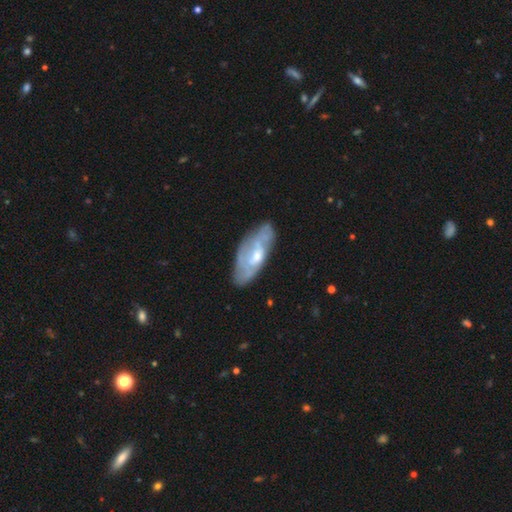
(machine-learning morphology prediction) This appears to be a featured or disk galaxy (62%) with no bar (59%), spiral arms (61%) and a moderate central bulge (53%). Merging: none (65%).